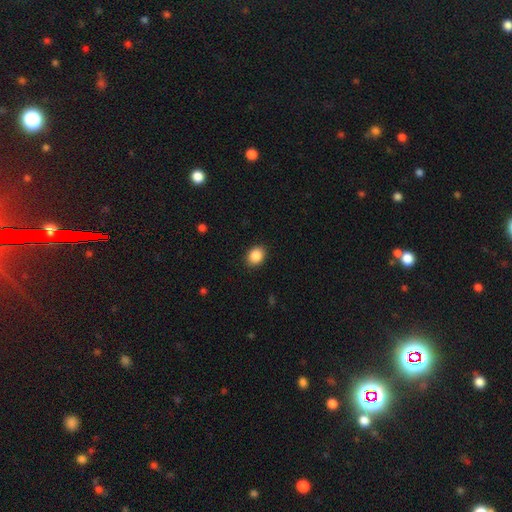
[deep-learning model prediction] smooth_or_featured: smooth (p=0.88) [alt: star or artifact p=0.08]
how_rounded: in between (p=0.59) [alt: round p=0.40]
merging: none (p=0.90) [alt: minor disturbance p=0.07]